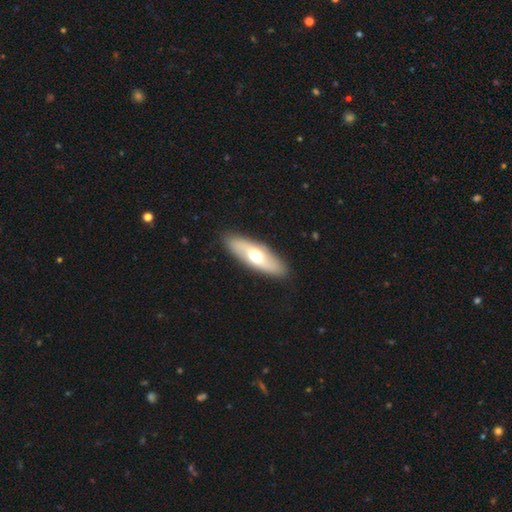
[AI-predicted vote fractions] A smooth galaxy with no disk features (52%) that is in between round and cigar-shaped (63%).

Vote fractions:
- Smooth or featured? smooth: 52% / featured or disk: 43% / star or artifact: 5%
- How rounded? in between: 63% / cigar-shaped: 34% / round: 3%
- Merging? none: 89% / minor disturbance: 8% / major disturbance: 2% / merger: 1%